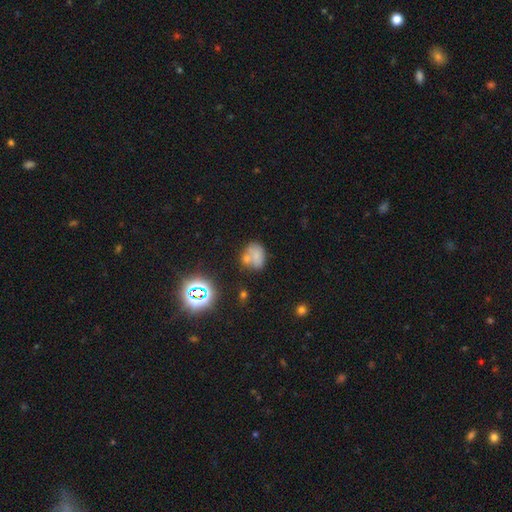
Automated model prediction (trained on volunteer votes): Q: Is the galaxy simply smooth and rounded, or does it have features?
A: smooth — 66%.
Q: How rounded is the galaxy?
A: in between — 60%.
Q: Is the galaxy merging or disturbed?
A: none — 41%.